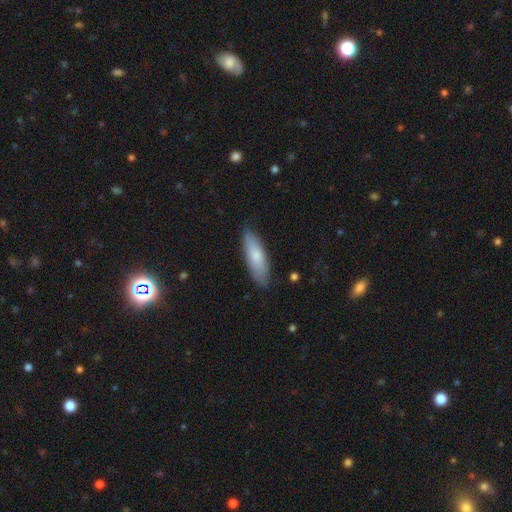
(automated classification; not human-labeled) Smooth or featured?
  - smooth: 77% *
  - featured or disk: 18%
  - star or artifact: 5%
How rounded?
  - in between: 52% *
  - cigar-shaped: 47%
  - round: 2%
Merging?
  - none: 84% *
  - minor disturbance: 13%
  - major disturbance: 2%
  - merger: 1%